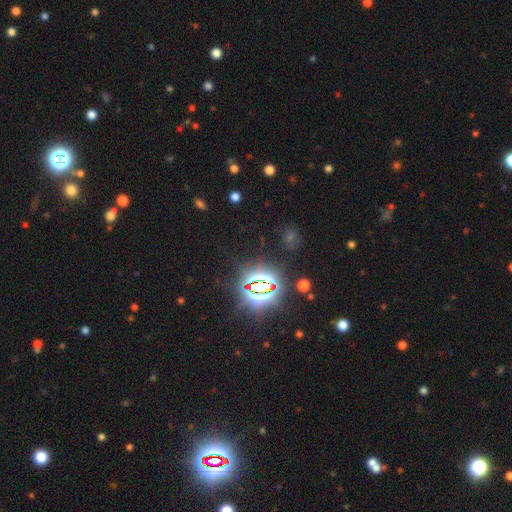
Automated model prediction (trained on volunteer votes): A star or artifact, not a galaxy (84%).